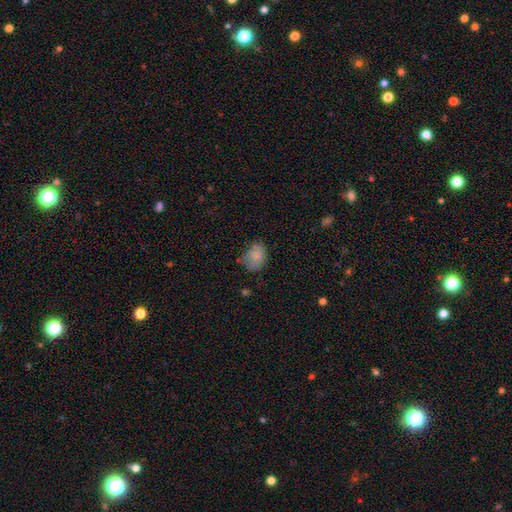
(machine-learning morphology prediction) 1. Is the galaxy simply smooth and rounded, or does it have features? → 81% smooth, 10% featured or disk, 9% star or artifact.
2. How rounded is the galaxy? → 63% in between, 36% round, 1% cigar-shaped.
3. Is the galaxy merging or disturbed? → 57% none, 31% minor disturbance, 8% major disturbance, 4% merger.